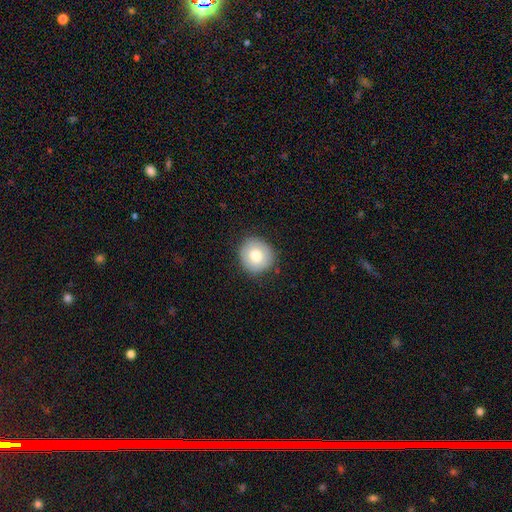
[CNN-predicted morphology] smooth_or_featured: smooth (p=0.77) [alt: featured or disk p=0.15]
how_rounded: round (p=0.90) [alt: in between p=0.09]
merging: none (p=0.86) [alt: minor disturbance p=0.10]